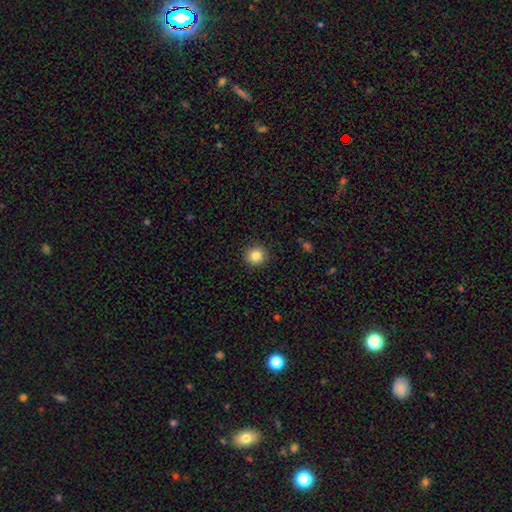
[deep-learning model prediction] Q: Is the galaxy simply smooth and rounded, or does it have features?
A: smooth — 84%.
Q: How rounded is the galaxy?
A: round — 94%.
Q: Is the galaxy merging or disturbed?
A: none — 92%.